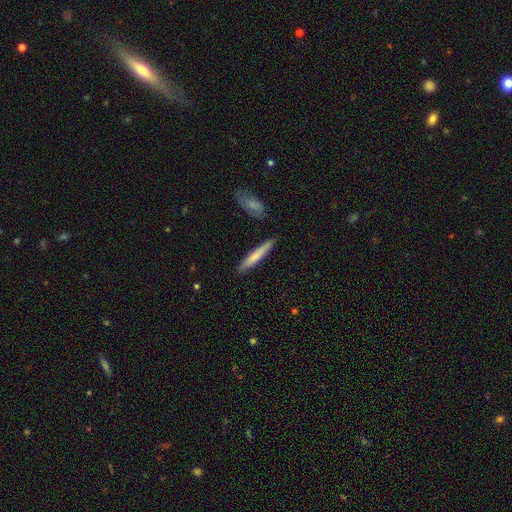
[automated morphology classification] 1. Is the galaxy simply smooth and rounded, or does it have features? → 72% smooth, 23% featured or disk, 5% star or artifact.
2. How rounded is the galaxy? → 93% cigar-shaped, 6% in between, 1% round.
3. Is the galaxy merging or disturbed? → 84% none, 10% minor disturbance, 4% merger, 2% major disturbance.